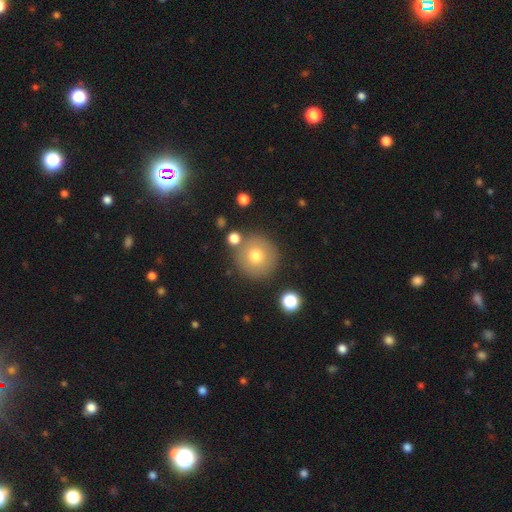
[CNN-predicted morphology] Smooth or featured? Predicted: smooth (p=0.73). How rounded? Predicted: round (p=0.95). Merging? Predicted: none (p=0.82).